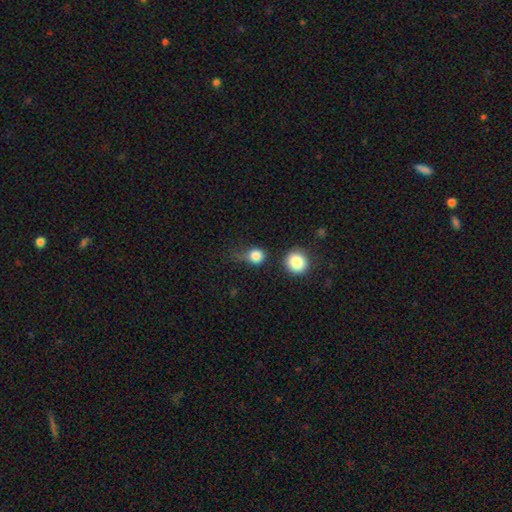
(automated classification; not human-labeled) smooth 83%, star or artifact 11%, featured or disk 6%. Down the decision tree: how rounded — round (87%); merging — none (55%).